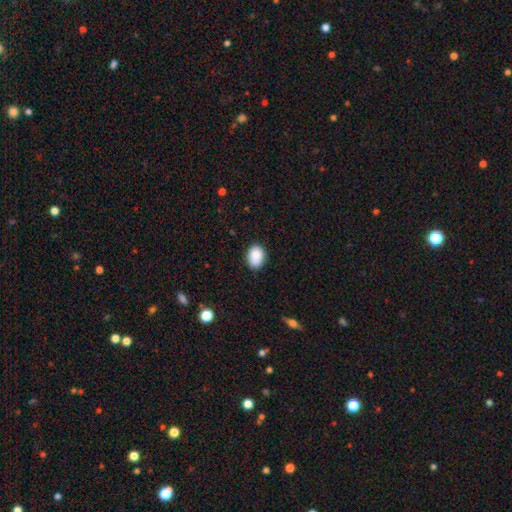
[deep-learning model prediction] smooth-or-featured: smooth: 87% | star or artifact: 8% | featured or disk: 5%
  how-rounded: in between: 76% | round: 23% | cigar-shaped: 1%
  merging: none: 82% | minor disturbance: 14% | major disturbance: 2% | merger: 1%